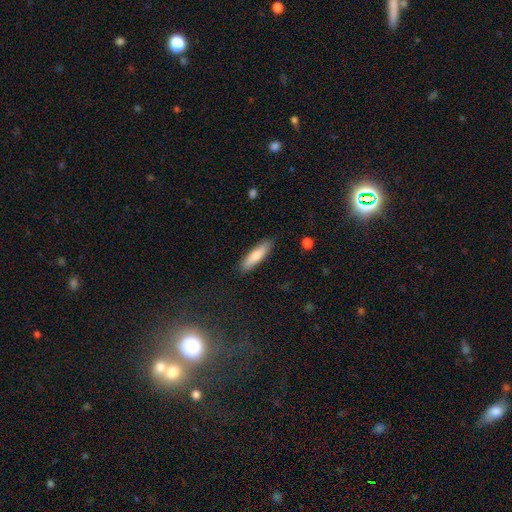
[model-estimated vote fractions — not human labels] Smooth or featured? Predicted: smooth (p=0.76). How rounded? Predicted: cigar-shaped (p=0.72). Merging? Predicted: none (p=0.87).